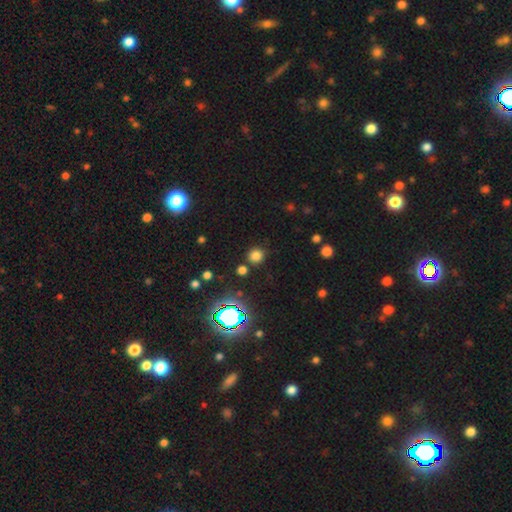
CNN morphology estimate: Smooth or featured? Predicted: smooth (p=0.73). How rounded? Predicted: round (p=0.91). Merging? Predicted: none (p=0.86).